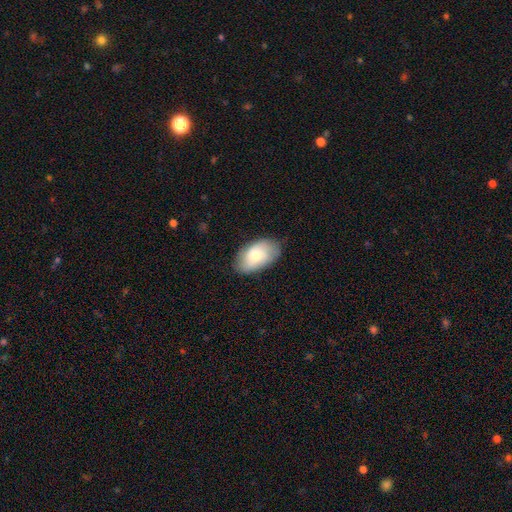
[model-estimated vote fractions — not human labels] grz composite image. It shows a smooth galaxy with no disk features (69%) that is in between round and cigar-shaped (94%). Merging: none (79%).